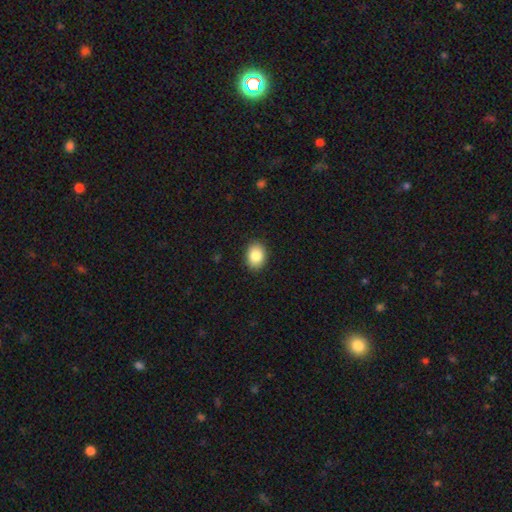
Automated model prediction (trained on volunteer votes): A smooth galaxy with no disk features (85%) that is in between round and cigar-shaped (69%). Merging: none (90%).